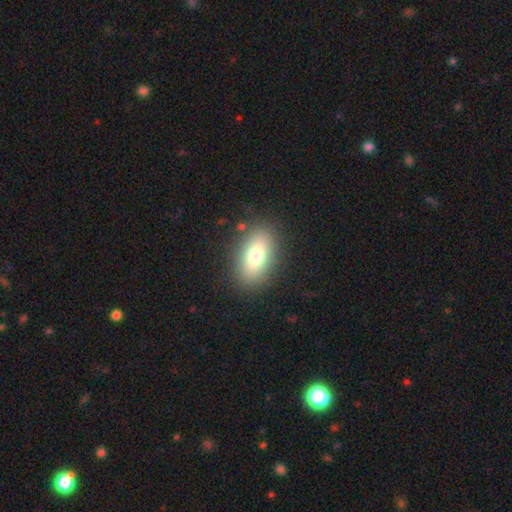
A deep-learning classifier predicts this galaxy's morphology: A smooth galaxy with no disk features (77%) that is in between round and cigar-shaped (87%). Merging: none (86%).